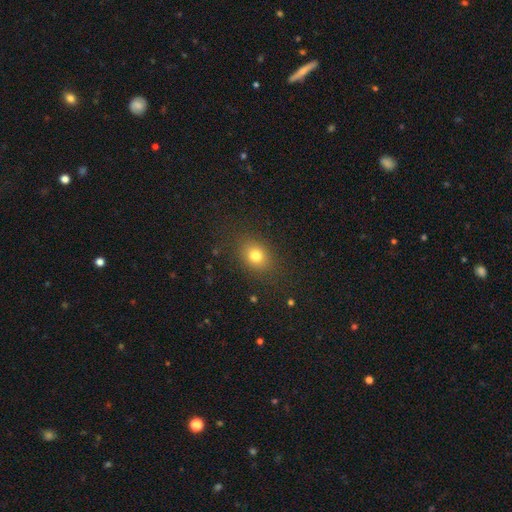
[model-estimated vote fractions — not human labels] Smooth or featured? Predicted: smooth (p=0.78). How rounded? Predicted: round (p=0.51). Merging? Predicted: none (p=0.84).